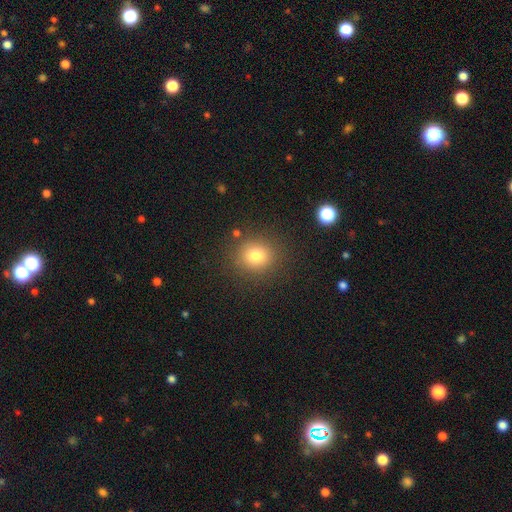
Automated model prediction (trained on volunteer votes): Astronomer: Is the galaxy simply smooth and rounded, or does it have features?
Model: smooth — 78%.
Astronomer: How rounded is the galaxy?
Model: round — 84%.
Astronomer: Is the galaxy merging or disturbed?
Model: none — 86%.